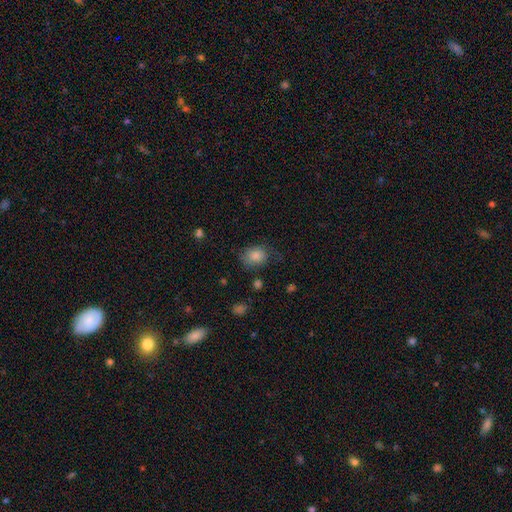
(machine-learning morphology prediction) smooth_or_featured: smooth (p=0.82) [alt: star or artifact p=0.09]
how_rounded: in between (p=0.57) [alt: round p=0.42]
merging: none (p=0.57) [alt: minor disturbance p=0.28]